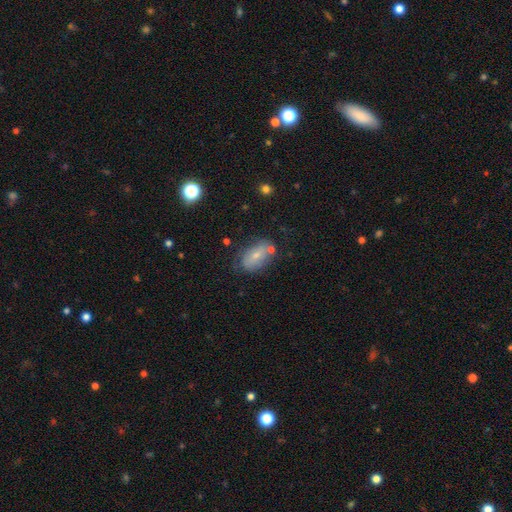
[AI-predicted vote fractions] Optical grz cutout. It shows a smooth galaxy with no disk features (61%) that is in between round and cigar-shaped (88%). Merging: none (62%).